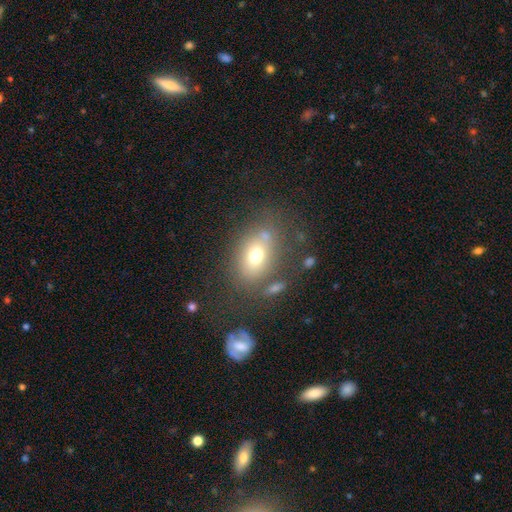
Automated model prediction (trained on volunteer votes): Smooth or featured? Predicted: smooth (p=0.70). How rounded? Predicted: in between (p=0.72). Merging? Predicted: none (p=0.66).